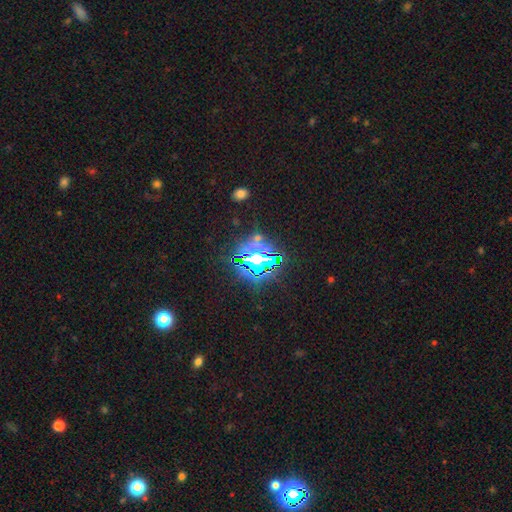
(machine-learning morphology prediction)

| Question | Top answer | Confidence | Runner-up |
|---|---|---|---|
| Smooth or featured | star or artifact | 83% | smooth (10%) |